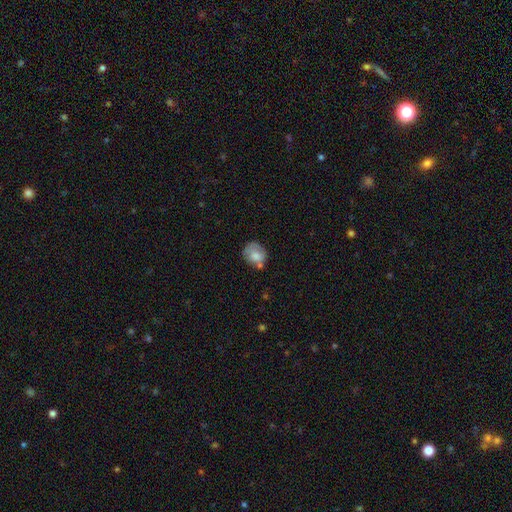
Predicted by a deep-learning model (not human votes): Smooth or featured? smooth (71%)
How rounded? round (67%)
Merging? none (50%)